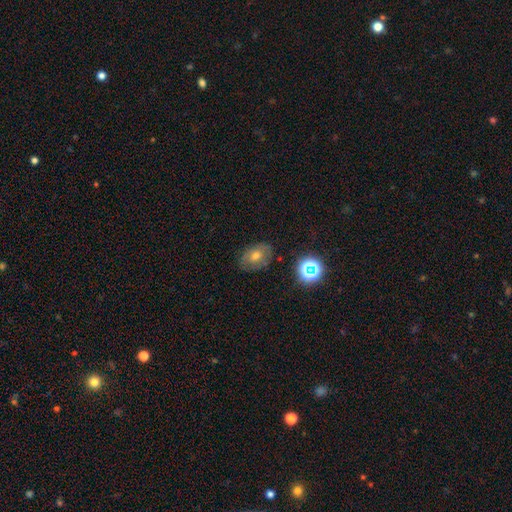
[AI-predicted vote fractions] Smooth or featured: smooth — 55% (featured or disk — 28%)
How rounded: in between — 73% (round — 26%)
Merging: none — 78% (minor disturbance — 16%)